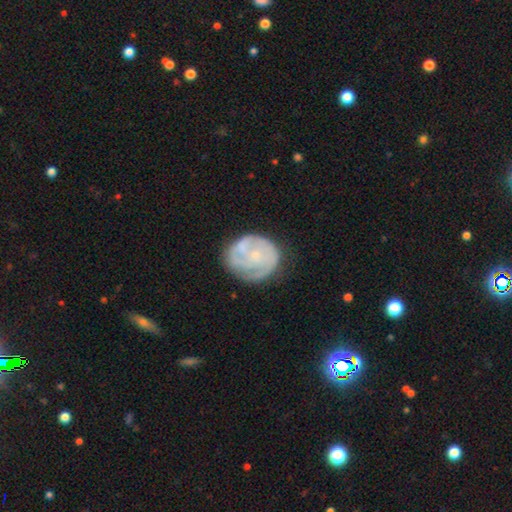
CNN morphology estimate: Smooth or featured? Predicted: featured or disk (p=0.72). Edge-on disk? Predicted: no (p=0.98). Bar? Predicted: no (p=0.79). Spiral arms? Predicted: yes (p=0.86). Spiral winding? Predicted: tight (p=0.61). Spiral arm count? Predicted: can't tell (p=0.34). Bulge size? Predicted: small (p=0.71). Merging? Predicted: none (p=0.66).